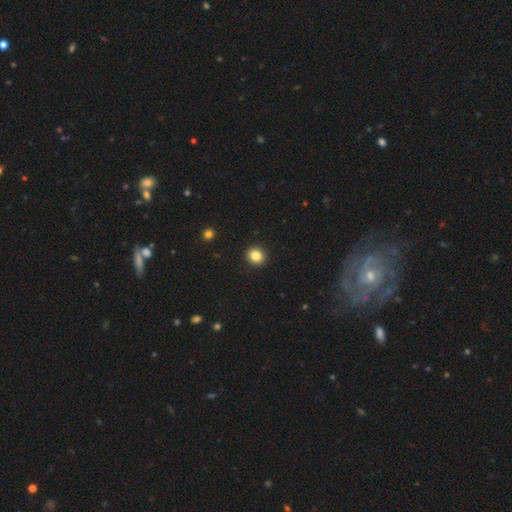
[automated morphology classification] type=smooth (84%); roundness=round (82%); merging=none (93%).